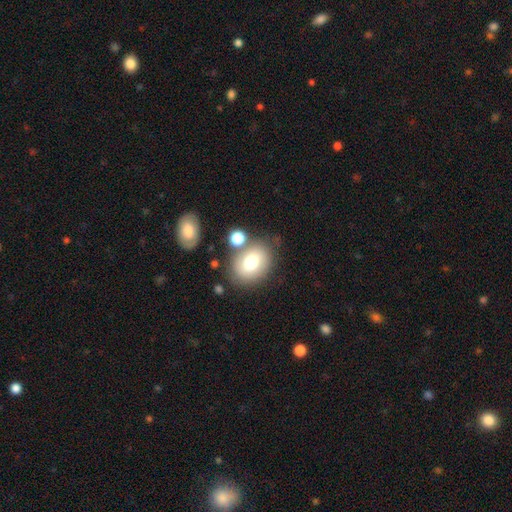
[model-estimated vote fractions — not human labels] Smooth or featured? smooth (72%)
How rounded? in between (55%)
Merging? none (67%)